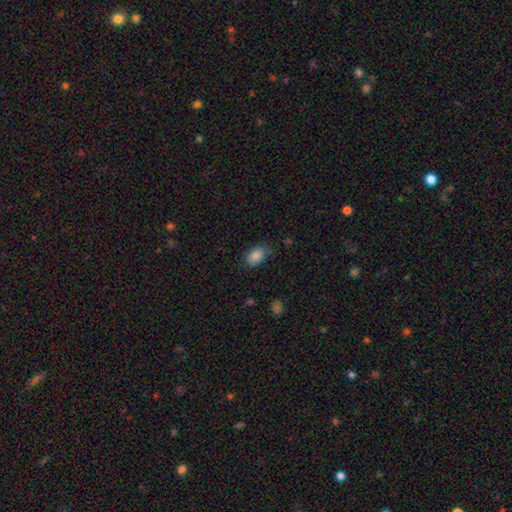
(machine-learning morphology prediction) This is clearly a smooth galaxy (85%). How rounded: clearly in between (90%). Merging: likely none (75%).